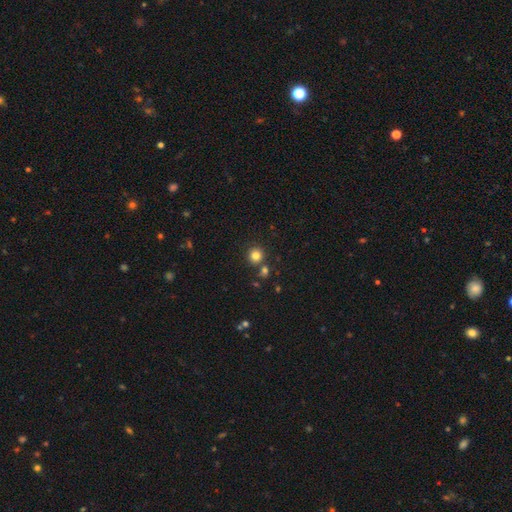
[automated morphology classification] A smooth galaxy with no disk features (81%) that is round (93%). Merging: none (80%).